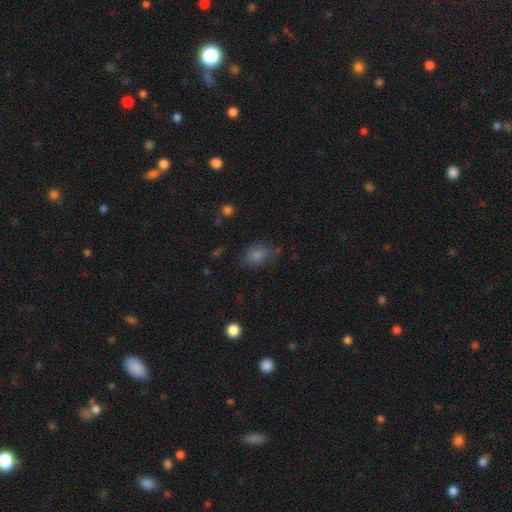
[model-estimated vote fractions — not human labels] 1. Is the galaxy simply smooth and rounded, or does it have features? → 75% smooth, 16% star or artifact, 9% featured or disk.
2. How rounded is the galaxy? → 73% in between, 25% round, 2% cigar-shaped.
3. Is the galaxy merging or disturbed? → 72% none, 20% minor disturbance, 6% major disturbance, 3% merger.